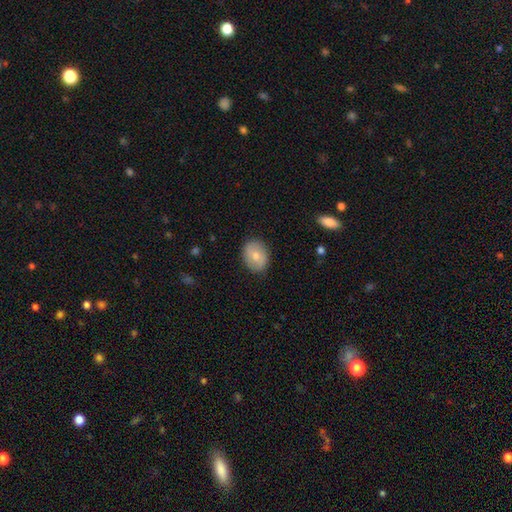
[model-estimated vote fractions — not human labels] This is likely a smooth galaxy (70%). How rounded: possibly in between (56%). Merging: clearly none (85%).